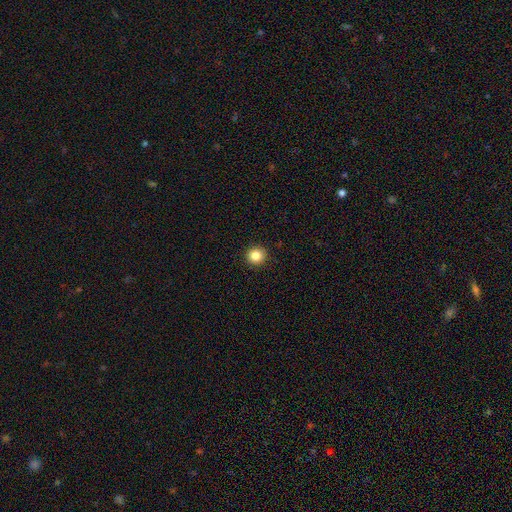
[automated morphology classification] Smooth or featured? Predicted: smooth (p=0.84). How rounded? Predicted: round (p=0.93). Merging? Predicted: none (p=0.93).